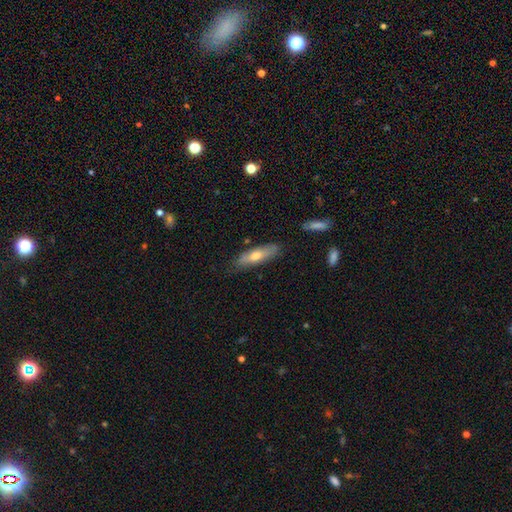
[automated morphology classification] smooth-or-featured: smooth: 57% | featured or disk: 37% | star or artifact: 6%
  how-rounded: cigar-shaped: 62% | in between: 36% | round: 2%
  merging: none: 80% | minor disturbance: 15% | major disturbance: 3% | merger: 2%